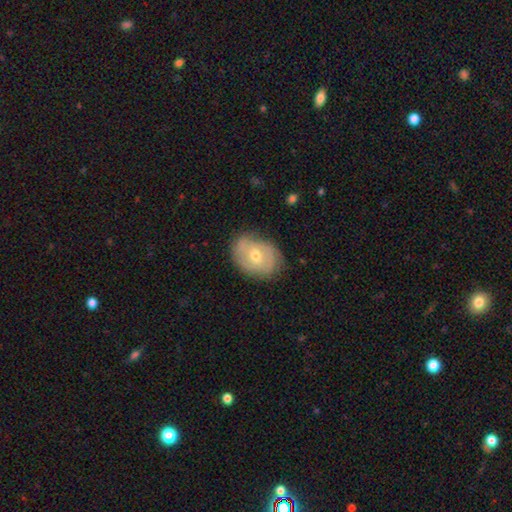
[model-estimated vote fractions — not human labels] This is possibly a featured or disk galaxy (57%). It is clearly not viewed edge-on (95%). Bar: possibly no (52%). Spiral arm pattern: likely yes (70%). Central bulge: likely moderate (64%). Merging: likely none (70%).